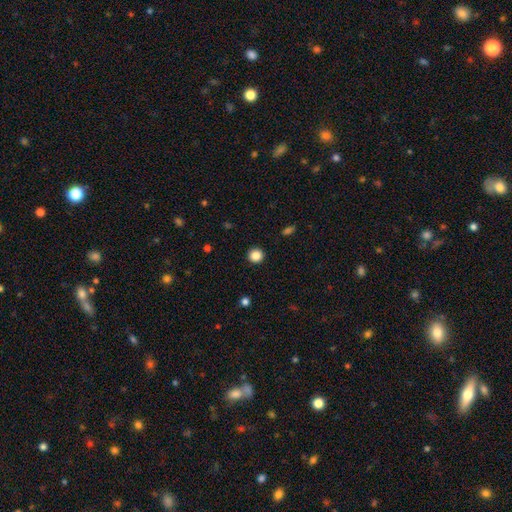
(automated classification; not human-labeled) Smooth or featured? Predicted: smooth (p=0.86). How rounded? Predicted: round (p=0.95). Merging? Predicted: none (p=0.93).